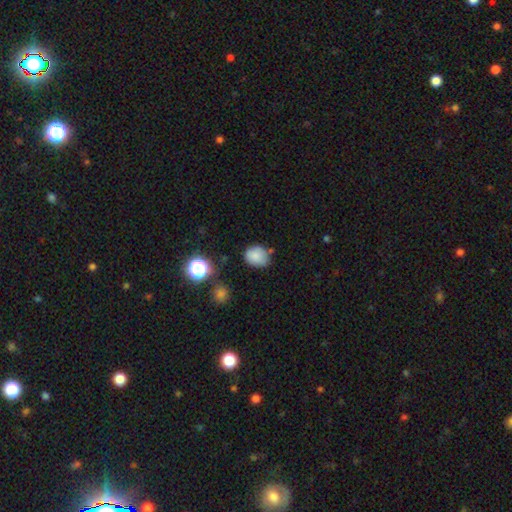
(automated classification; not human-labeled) Smooth or featured? Predicted: smooth (p=0.81). How rounded? Predicted: round (p=0.59). Merging? Predicted: none (p=0.68).